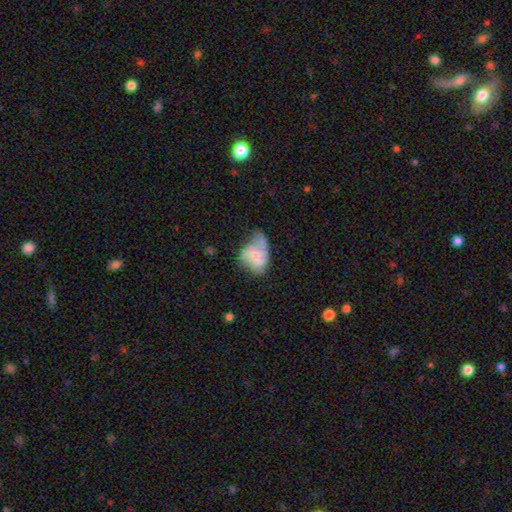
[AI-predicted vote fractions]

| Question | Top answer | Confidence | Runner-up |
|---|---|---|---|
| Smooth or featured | featured or disk | 73% | smooth (21%) |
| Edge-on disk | no | 98% | yes (2%) |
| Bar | no | 52% | weak (41%) |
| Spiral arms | yes | 93% | no (7%) |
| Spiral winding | medium | 50% | loose (27%) |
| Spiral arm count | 2 | 72% | 3 (9%) |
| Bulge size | small | 52% | moderate (28%) |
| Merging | none | 43% | minor disturbance (32%) |